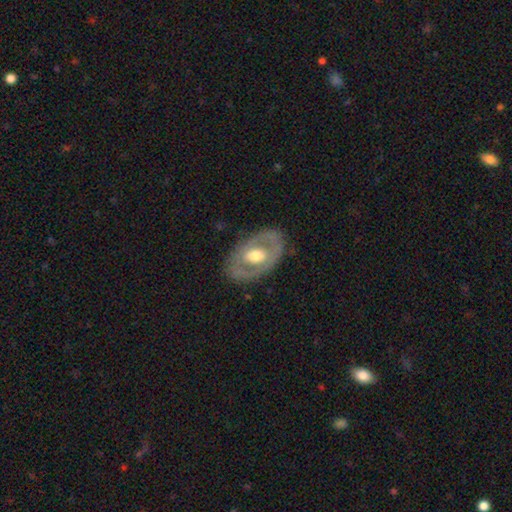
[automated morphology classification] Overall: featured or disk (64%; smooth 31%). Edge-on disk: no (91%). Bar: no (62%; weak 27%). Spiral arms: no (74%). Bulge size: moderate (66%). Merging: none (79%).